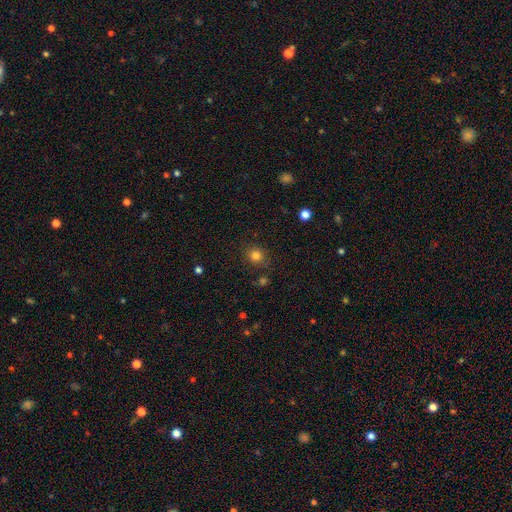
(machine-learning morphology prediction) smooth 80%, star or artifact 14%, featured or disk 6%. Down the decision tree: how rounded — round (87%); merging — none (83%).